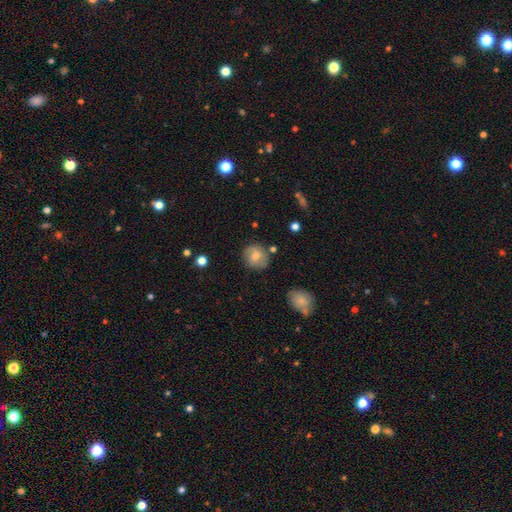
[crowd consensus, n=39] Volunteers were most divided on "smooth or featured": smooth: 74%, featured or disk: 21%, star or artifact: 5%. More confident: merging — none (81%); how rounded — round (79%).